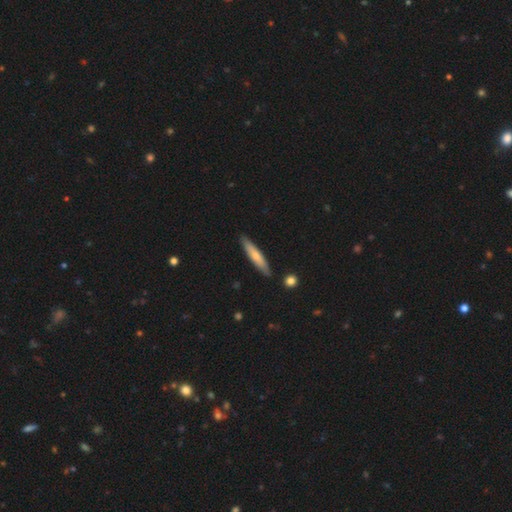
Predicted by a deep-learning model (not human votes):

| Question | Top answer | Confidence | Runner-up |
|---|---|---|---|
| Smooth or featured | smooth | 63% | featured or disk (32%) |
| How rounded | cigar-shaped | 88% | in between (11%) |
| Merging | none | 86% | minor disturbance (10%) |